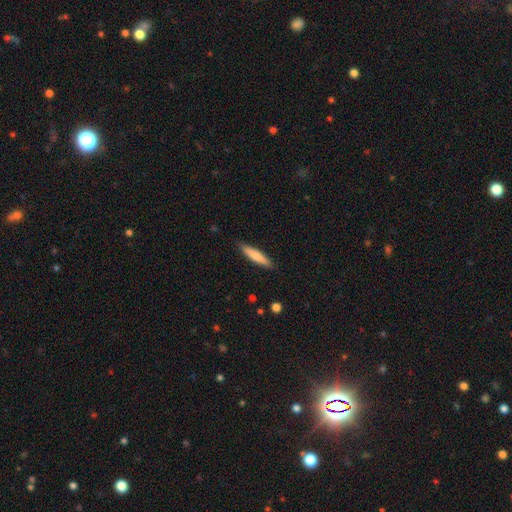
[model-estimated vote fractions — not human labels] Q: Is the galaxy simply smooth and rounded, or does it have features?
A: smooth — 70%.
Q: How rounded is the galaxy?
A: cigar-shaped — 87%.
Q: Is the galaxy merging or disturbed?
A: none — 89%.